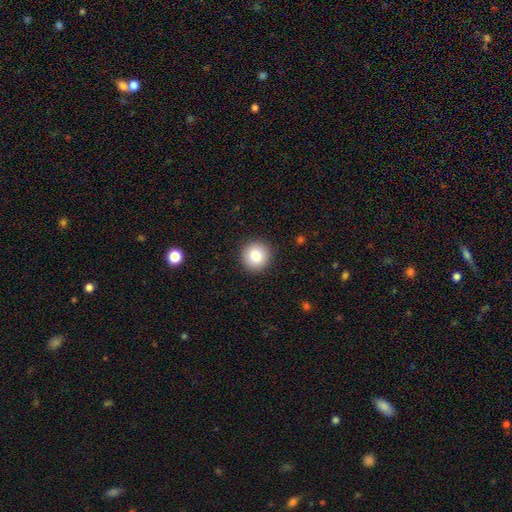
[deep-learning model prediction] A smooth galaxy with no disk features (84%) that is round (93%).

Vote fractions:
- Smooth or featured? smooth: 84% / star or artifact: 9% / featured or disk: 7%
- How rounded? round: 93% / in between: 6% / cigar-shaped: 1%
- Merging? none: 91% / minor disturbance: 6% / major disturbance: 2% / merger: 1%